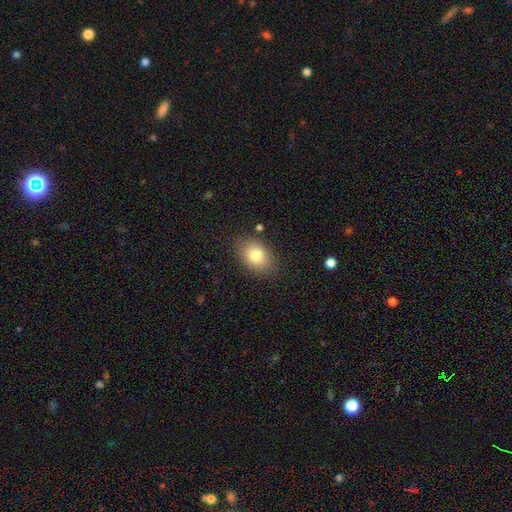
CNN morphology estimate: Smooth or featured? smooth (81%)
How rounded? in between (74%)
Merging? none (82%)